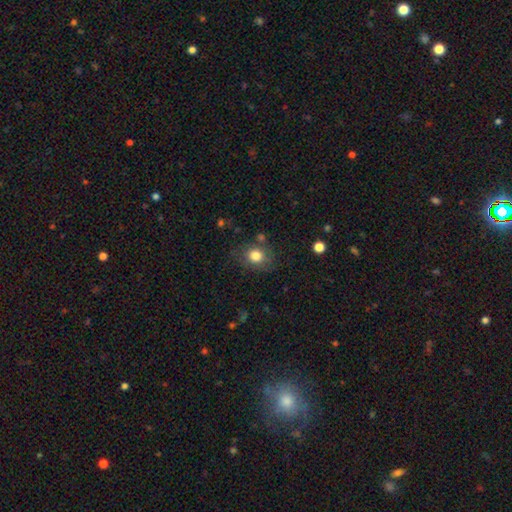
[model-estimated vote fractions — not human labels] Smooth or featured?
  - smooth: 80% *
  - featured or disk: 10%
  - star or artifact: 9%
How rounded?
  - round: 63% *
  - in between: 36%
  - cigar-shaped: 1%
Merging?
  - none: 73% *
  - minor disturbance: 17%
  - major disturbance: 6%
  - merger: 4%